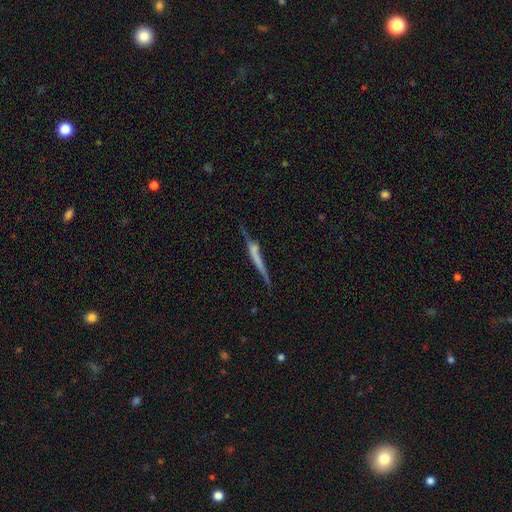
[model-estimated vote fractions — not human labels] smooth_or_featured: featured or disk (p=0.53) [alt: smooth p=0.38]
disk_edge_on: yes (p=0.91) [alt: no p=0.09]
merging: none (p=0.57) [alt: minor disturbance p=0.24]